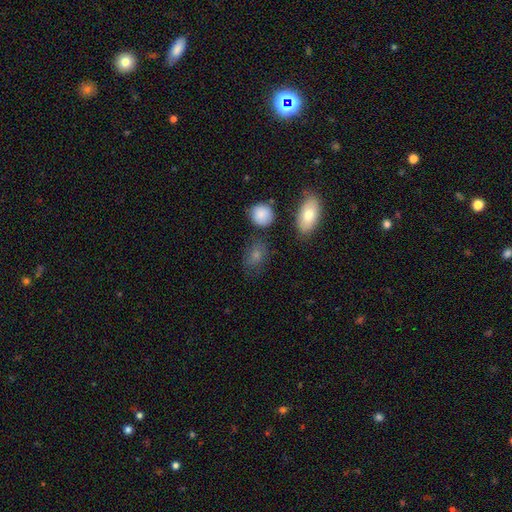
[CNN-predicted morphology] type=smooth (71%); roundness=in between (66%); merging=none (70%).